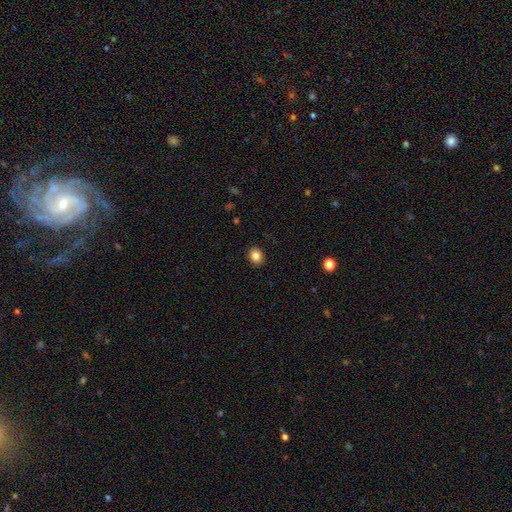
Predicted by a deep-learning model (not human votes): Q: Smooth or featured?
A: smooth (84%); runner-up: star or artifact (10%)
Q: How rounded?
A: round (59%); runner-up: in between (41%)
Q: Merging?
A: none (90%); runner-up: minor disturbance (7%)